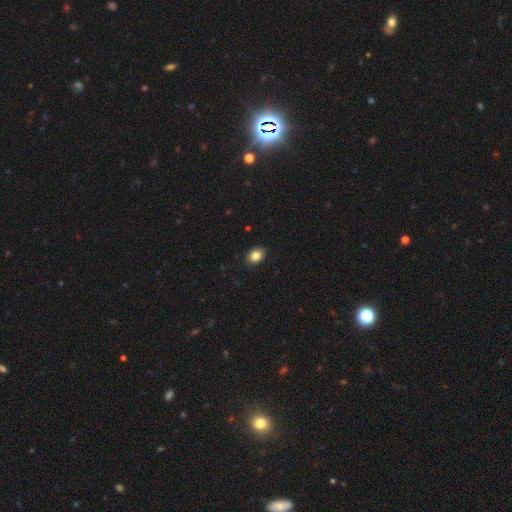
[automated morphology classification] Smooth or featured? smooth (85%)
How rounded? in between (65%)
Merging? none (88%)